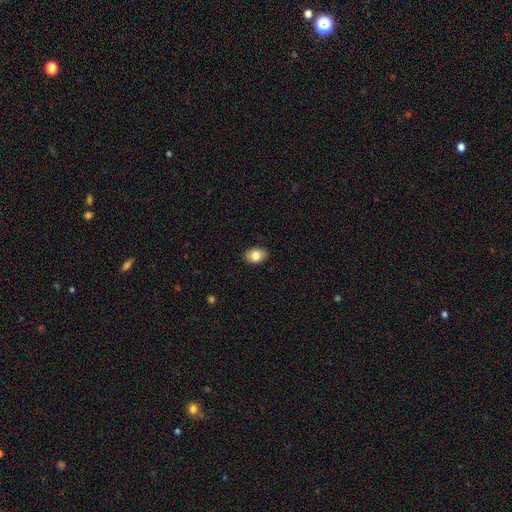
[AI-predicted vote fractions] Smooth or featured?
  - smooth: 83% *
  - featured or disk: 9%
  - star or artifact: 8%
How rounded?
  - in between: 76% *
  - round: 23%
  - cigar-shaped: 1%
Merging?
  - none: 88% *
  - minor disturbance: 9%
  - major disturbance: 2%
  - merger: 1%